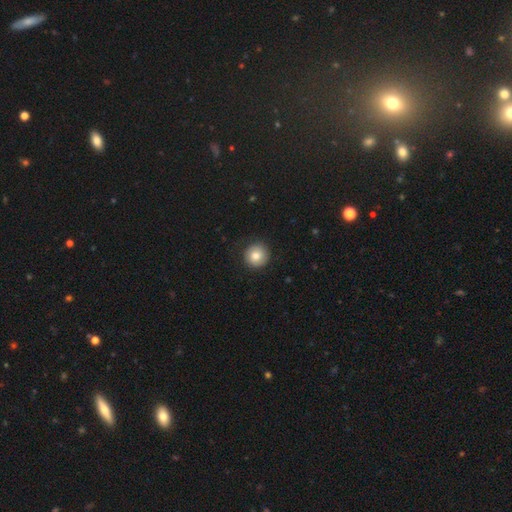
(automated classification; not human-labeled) The model was most divided on "smooth or featured": smooth: 81%, featured or disk: 10%, star or artifact: 8%. More confident: how rounded — round (95%); merging — none (88%).